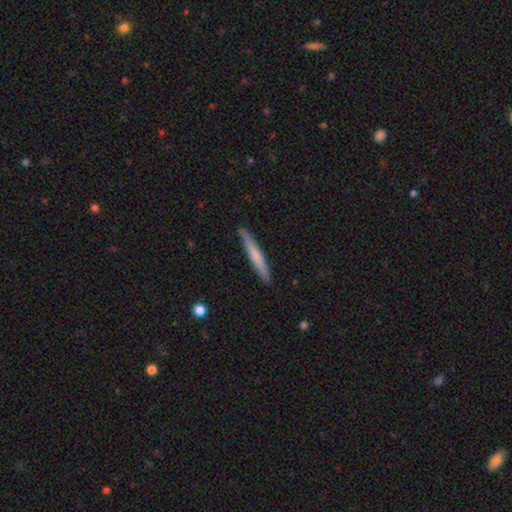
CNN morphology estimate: smooth 65%, featured or disk 30%, star or artifact 5%. Down the decision tree: how rounded — cigar-shaped (96%); merging — none (90%).